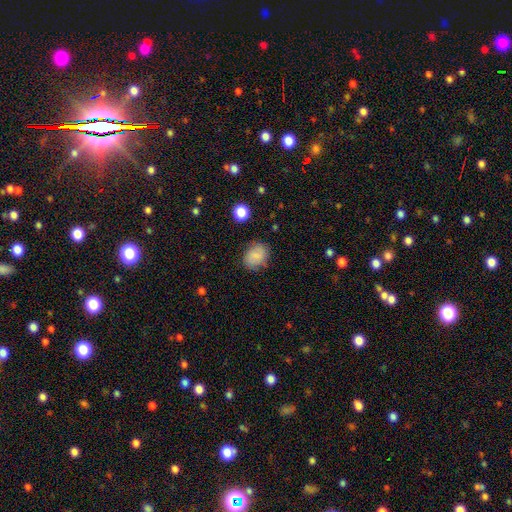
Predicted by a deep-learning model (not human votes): Overall: smooth (78%). How rounded: in between (53%; round 46%). Merging: none (80%).